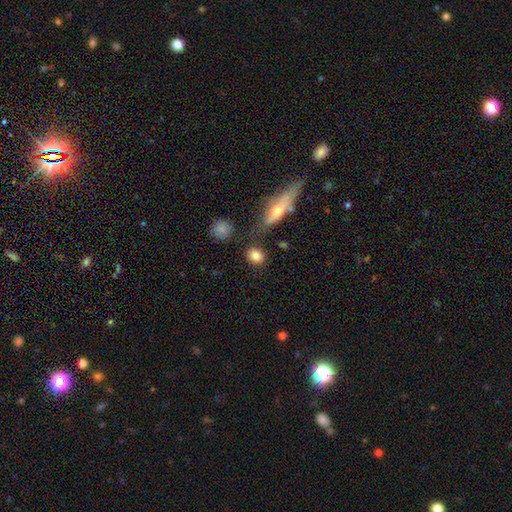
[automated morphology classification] Q: Smooth or featured?
A: smooth (83%); runner-up: star or artifact (9%)
Q: How rounded?
A: round (60%); runner-up: in between (37%)
Q: Merging?
A: none (78%); runner-up: minor disturbance (10%)